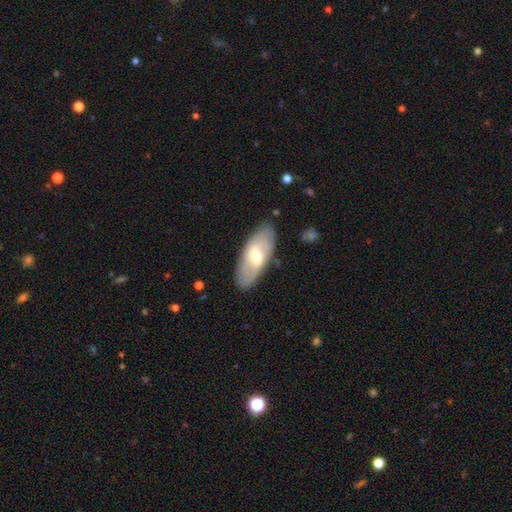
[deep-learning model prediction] The model was most divided on "smooth or featured": featured or disk: 53%, smooth: 42%, star or artifact: 6%. More confident: edge-on disk — no (85%); merging — none (82%).